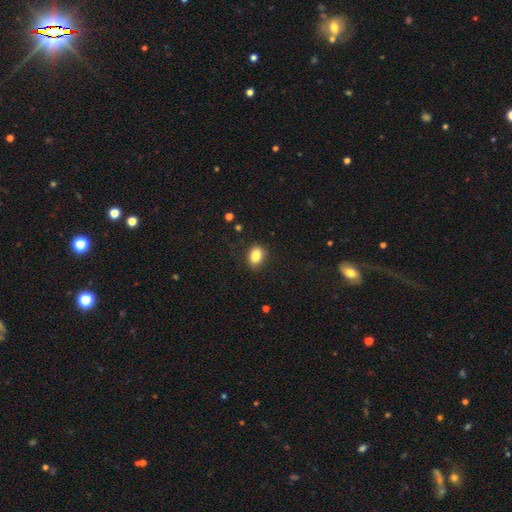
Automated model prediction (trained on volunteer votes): This appears to be a smooth galaxy with no disk features (85%) that is in between round and cigar-shaped (75%). Merging: none (84%).